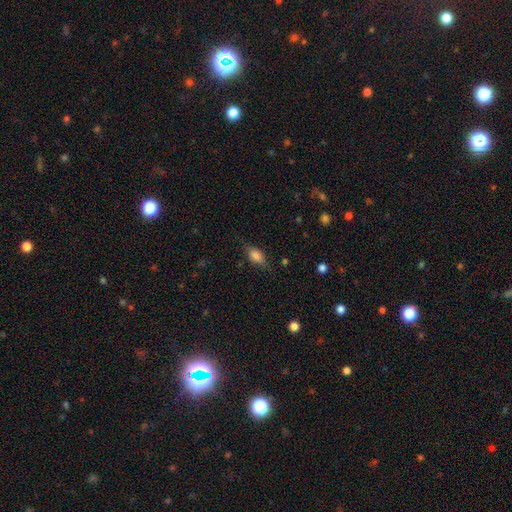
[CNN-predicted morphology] Overall: smooth (77%). How rounded: in between (83%). Merging: none (74%).